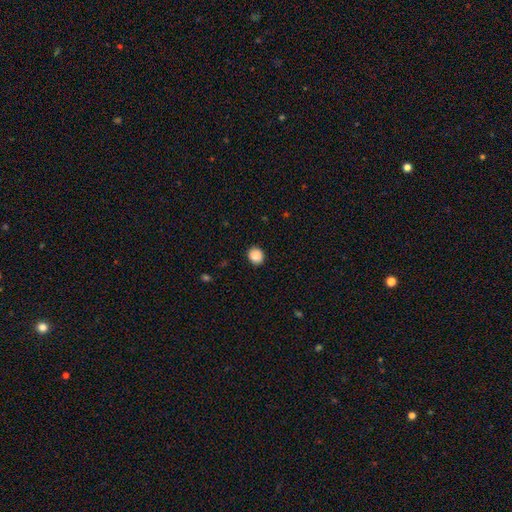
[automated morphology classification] This appears to be a smooth galaxy with no disk features (88%) that is round (79%). Merging: none (89%).